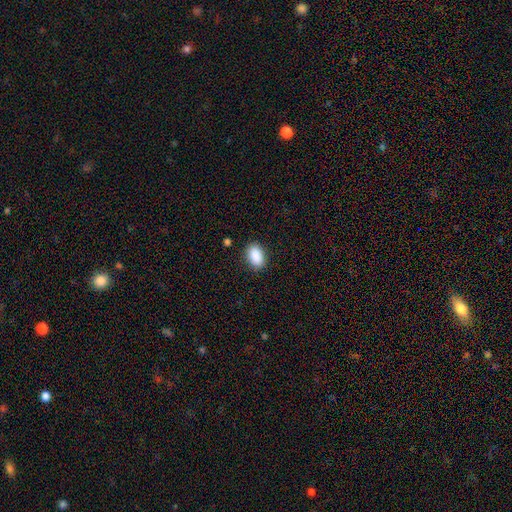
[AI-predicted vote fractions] This is clearly a smooth galaxy (90%). How rounded: clearly in between (90%). Merging: clearly none (88%).